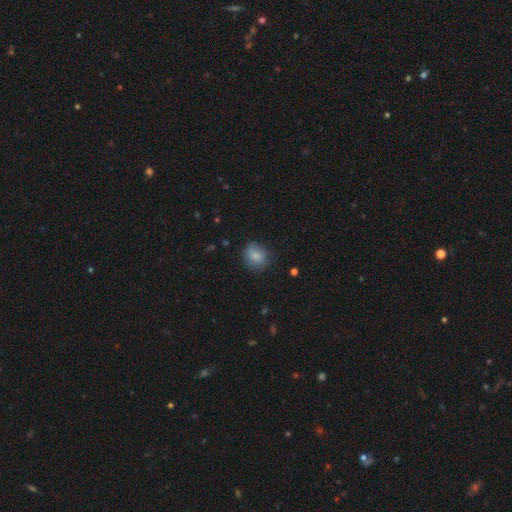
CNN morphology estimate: Overall: smooth (81%). How rounded: round (64%; in between 35%). Merging: none (79%).